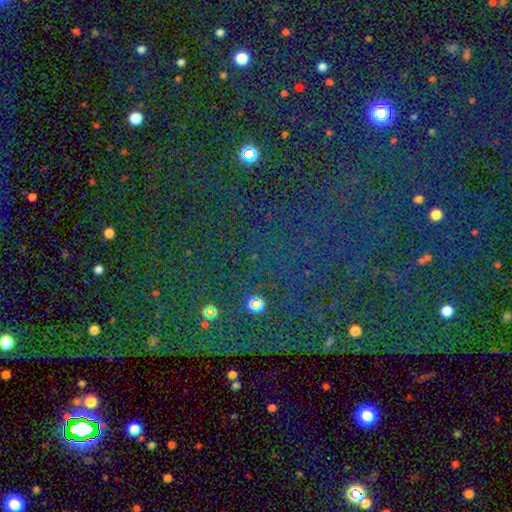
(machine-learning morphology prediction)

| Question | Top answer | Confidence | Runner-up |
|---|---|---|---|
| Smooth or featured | star or artifact | 80% | smooth (12%) |